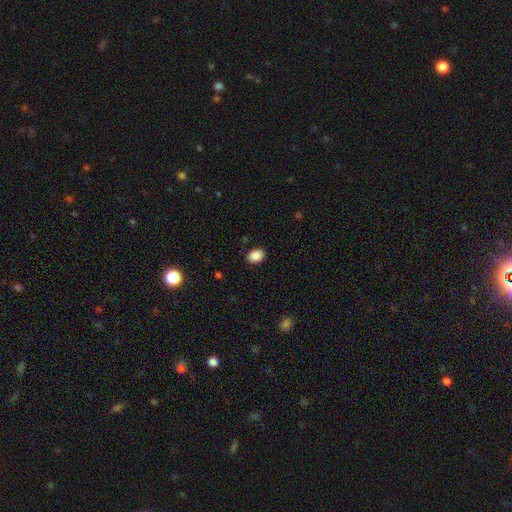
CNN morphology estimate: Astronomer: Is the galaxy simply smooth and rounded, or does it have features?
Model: smooth — 88%.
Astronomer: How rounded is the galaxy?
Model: in between — 75%.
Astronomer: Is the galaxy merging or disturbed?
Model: none — 87%.